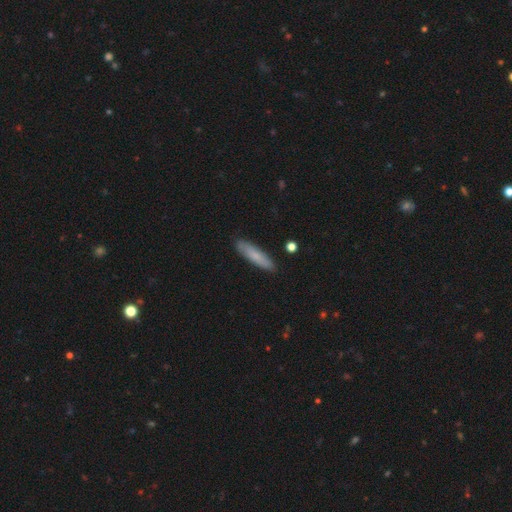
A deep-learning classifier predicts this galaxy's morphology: The model was most divided on "how rounded": cigar-shaped: 79%, in between: 20%, round: 2%. More confident: merging — none (88%); smooth or featured — smooth (77%).